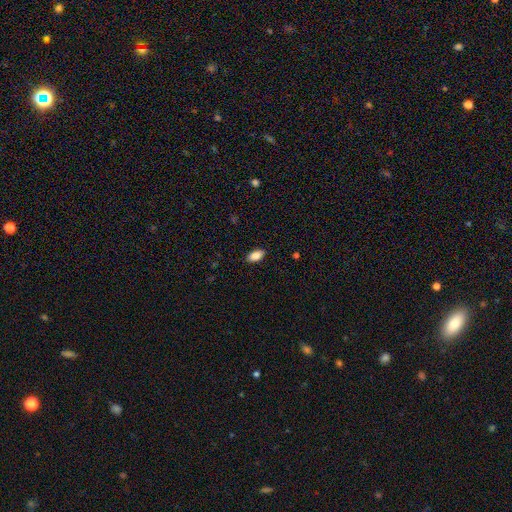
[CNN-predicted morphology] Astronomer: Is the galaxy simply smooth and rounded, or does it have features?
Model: smooth — 86%.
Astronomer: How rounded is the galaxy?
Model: in between — 91%.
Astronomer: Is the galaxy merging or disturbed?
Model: none — 87%.